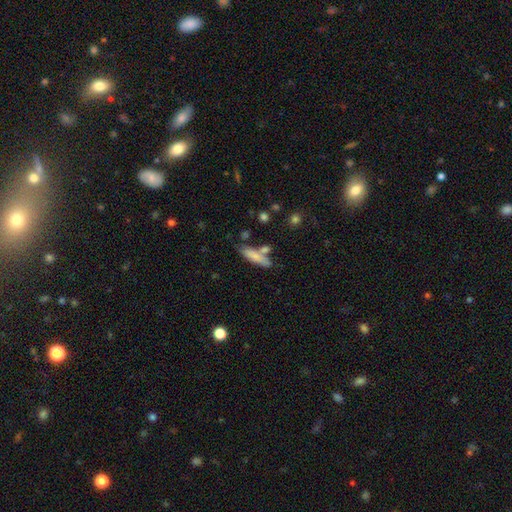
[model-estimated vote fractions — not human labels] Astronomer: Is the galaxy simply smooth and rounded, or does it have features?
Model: smooth — 76%.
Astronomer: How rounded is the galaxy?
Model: cigar-shaped — 64%.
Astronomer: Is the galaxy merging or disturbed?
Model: none — 61%.